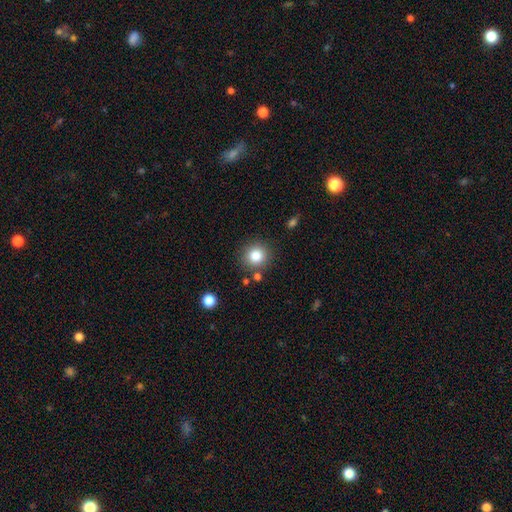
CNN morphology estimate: The model was most divided on "smooth or featured": smooth: 83%, star or artifact: 10%, featured or disk: 6%. More confident: how rounded — round (90%); merging — none (84%).